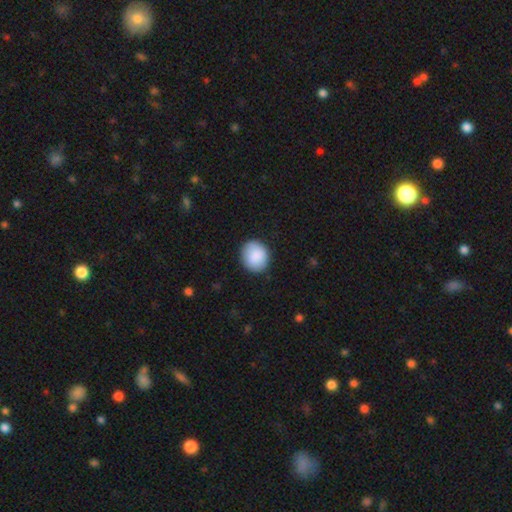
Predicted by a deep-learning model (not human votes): smooth 89%, star or artifact 6%, featured or disk 5%. Down the decision tree: how rounded — round (73%); merging — none (87%).